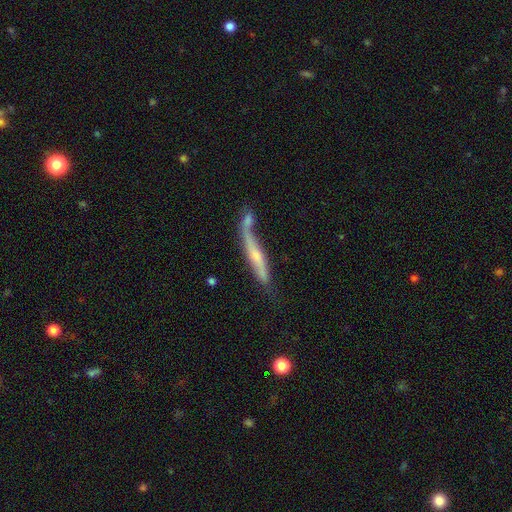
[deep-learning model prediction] A featured or disk galaxy (57%) viewed edge-on (78%).

Vote fractions:
- Smooth or featured? featured or disk: 57% / smooth: 36% / star or artifact: 7%
- Edge-on disk? yes: 78% / no: 22%
- Merging? none: 38% / merger: 32% / minor disturbance: 19% / major disturbance: 11%